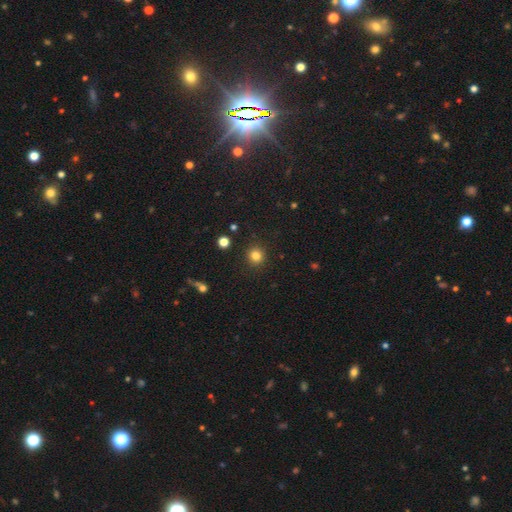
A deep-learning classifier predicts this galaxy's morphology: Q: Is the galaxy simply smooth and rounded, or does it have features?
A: smooth — 83%.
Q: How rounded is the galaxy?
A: round — 90%.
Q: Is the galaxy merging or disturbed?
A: none — 91%.